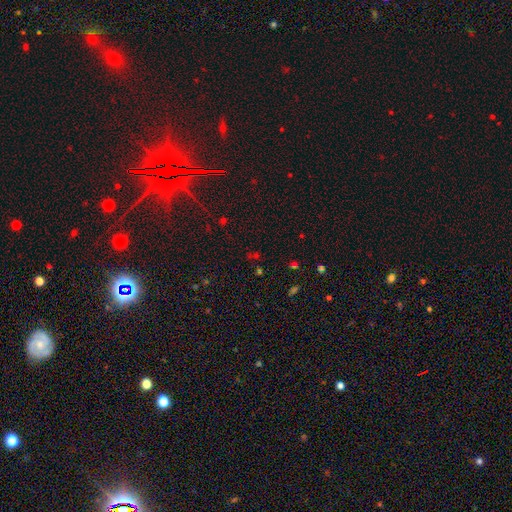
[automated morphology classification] This appears to be a star or artifact, not a galaxy (60%).